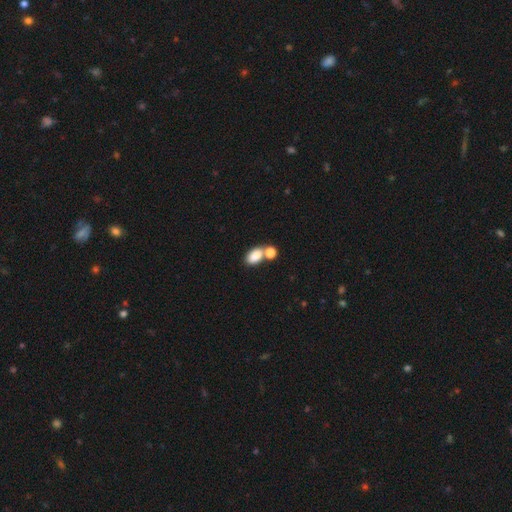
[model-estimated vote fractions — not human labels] Overall: smooth (83%). How rounded: in between (88%). Merging: none (46%; merger 39%).